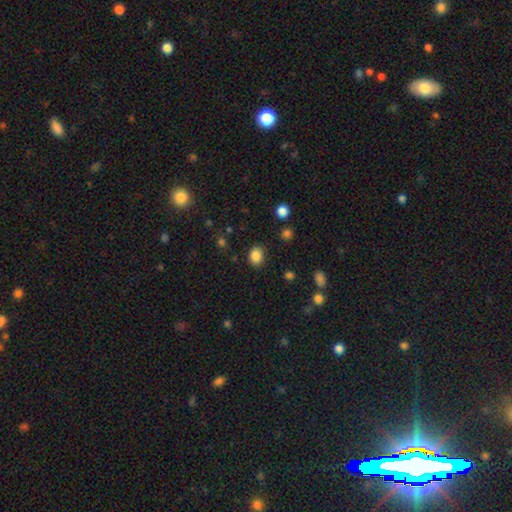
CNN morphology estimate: A smooth galaxy with no disk features (85%) that is in between round and cigar-shaped (57%).

Vote fractions:
- Smooth or featured? smooth: 85% / star or artifact: 11% / featured or disk: 4%
- How rounded? in between: 57% / round: 42% / cigar-shaped: 1%
- Merging? none: 84% / minor disturbance: 10% / major disturbance: 3% / merger: 2%